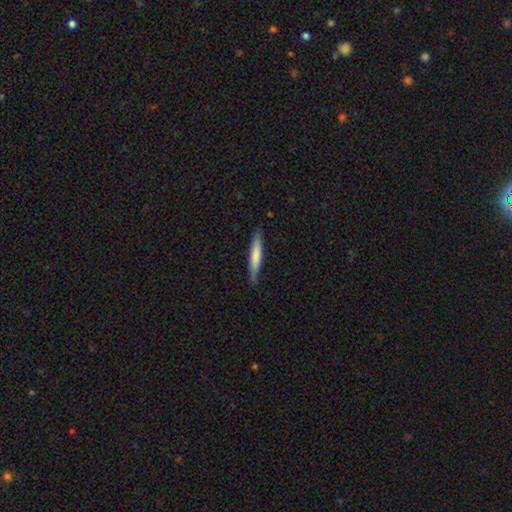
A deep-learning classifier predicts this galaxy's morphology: Overall: smooth (71%). How rounded: cigar-shaped (91%). Merging: none (83%).